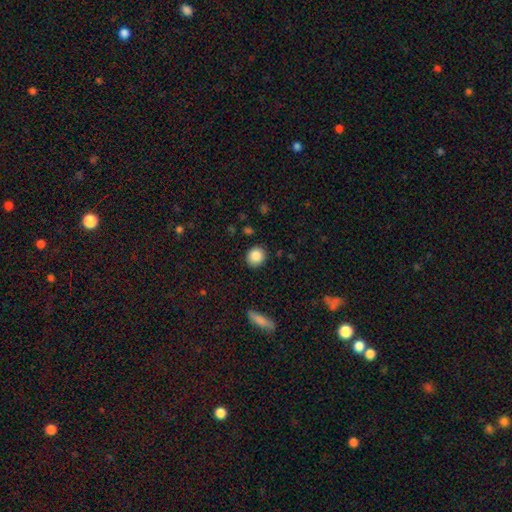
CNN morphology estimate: Q: Smooth or featured?
A: smooth (86%); runner-up: star or artifact (9%)
Q: How rounded?
A: round (82%); runner-up: in between (17%)
Q: Merging?
A: none (89%); runner-up: minor disturbance (8%)